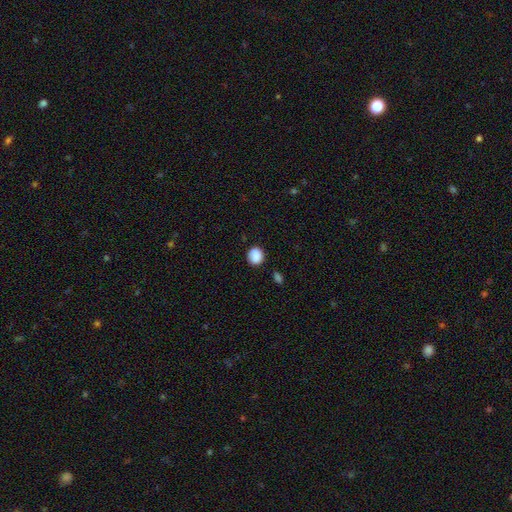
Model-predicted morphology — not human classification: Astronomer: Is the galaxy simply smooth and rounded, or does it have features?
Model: smooth — 89%.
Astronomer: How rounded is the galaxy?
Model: round — 77%.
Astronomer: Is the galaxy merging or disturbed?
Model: none — 86%.